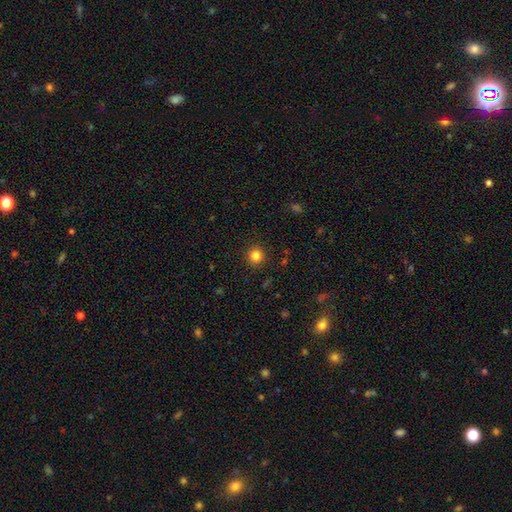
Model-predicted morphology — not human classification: Overall: smooth (83%). How rounded: round (91%). Merging: none (91%).